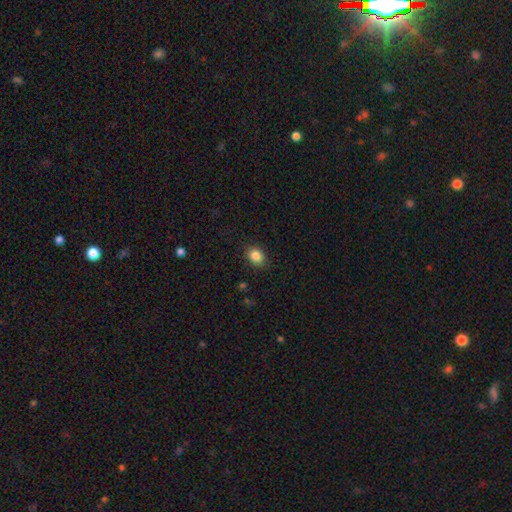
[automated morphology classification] Smooth or featured?
  - smooth: 86% *
  - star or artifact: 10%
  - featured or disk: 5%
How rounded?
  - round: 50% *
  - in between: 49%
  - cigar-shaped: 1%
Merging?
  - none: 87% *
  - minor disturbance: 10%
  - major disturbance: 2%
  - merger: 1%